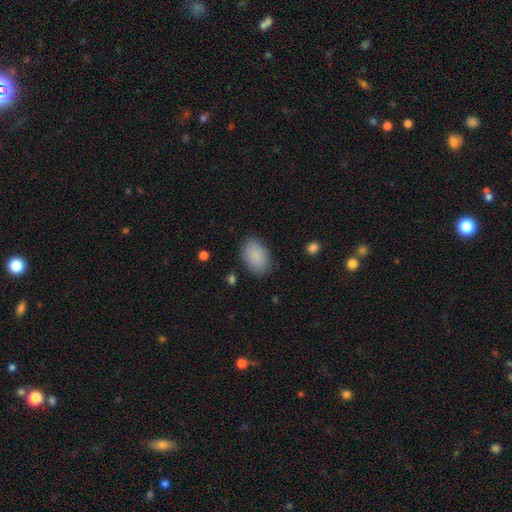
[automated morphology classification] smooth 89%, star or artifact 7%, featured or disk 5%. Down the decision tree: how rounded — in between (90%); merging — none (85%).